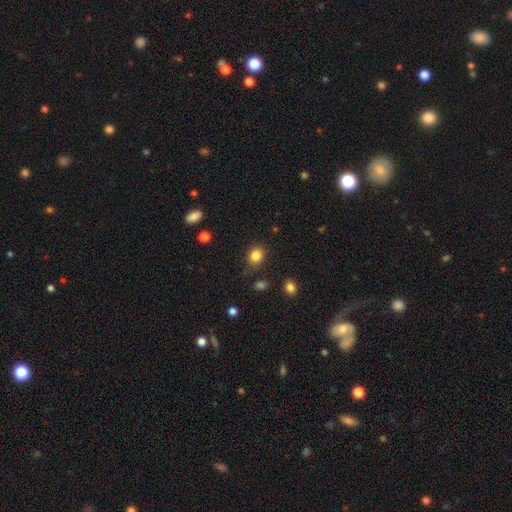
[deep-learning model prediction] Morphology: type=smooth (84%); roundness=round (65%); merging=none (80%).